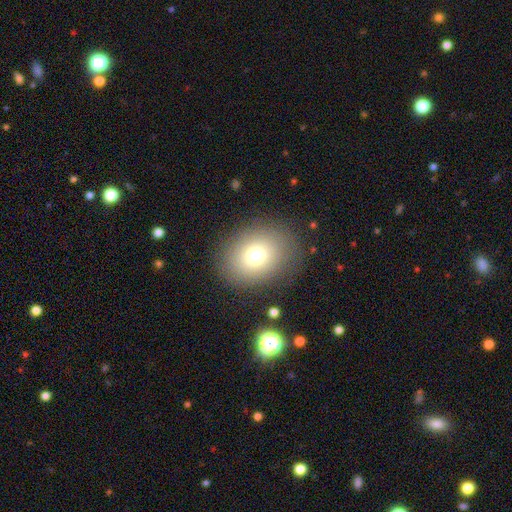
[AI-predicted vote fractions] A smooth galaxy with no disk features (72%) that is in between round and cigar-shaped (50%). Merging: none (84%).